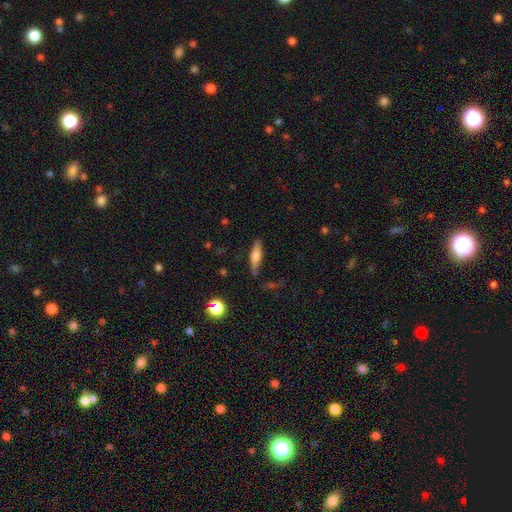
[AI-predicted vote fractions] This appears to be a smooth galaxy with no disk features (61%) that is cigar-shaped (64%). Merging: none (78%).